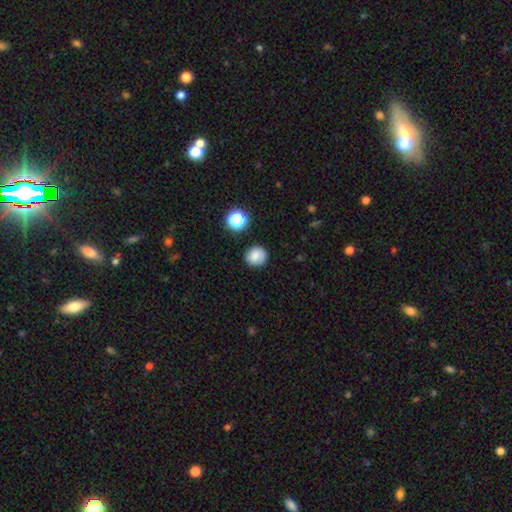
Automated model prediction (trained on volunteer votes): Smooth or featured? smooth (82%)
How rounded? round (88%)
Merging? none (86%)